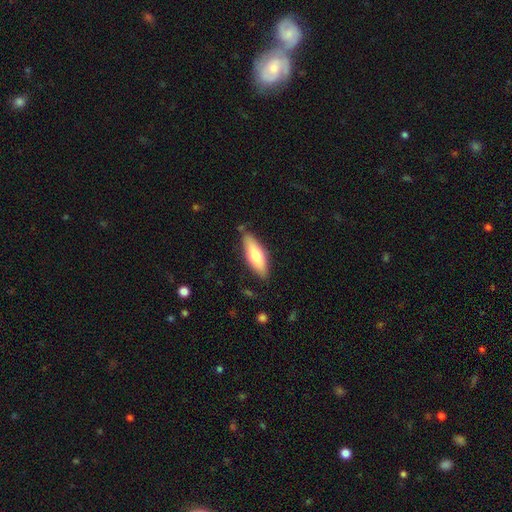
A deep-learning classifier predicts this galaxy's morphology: A smooth galaxy with no disk features (68%) that is in between round and cigar-shaped (56%).

Vote fractions:
- Smooth or featured? smooth: 68% / featured or disk: 26% / star or artifact: 6%
- How rounded? in between: 56% / cigar-shaped: 42% / round: 2%
- Merging? none: 81% / minor disturbance: 14% / major disturbance: 3% / merger: 2%